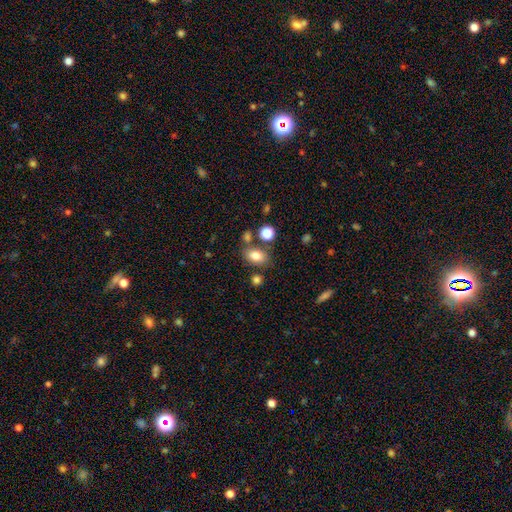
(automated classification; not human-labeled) A smooth galaxy with no disk features (80%) that is in between round and cigar-shaped (78%).

Vote fractions:
- Smooth or featured? smooth: 80% / star or artifact: 10% / featured or disk: 9%
- How rounded? in between: 78% / round: 21% / cigar-shaped: 1%
- Merging? none: 70% / minor disturbance: 13% / merger: 12% / major disturbance: 4%